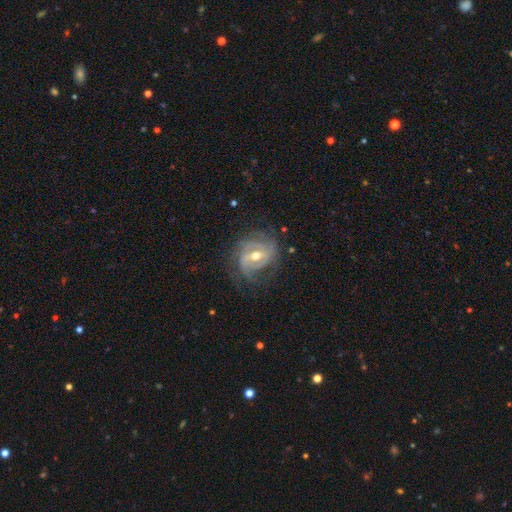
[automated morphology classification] smooth_or_featured: featured or disk (p=0.87) [alt: smooth p=0.07]
disk_edge_on: no (p=0.97) [alt: yes p=0.03]
bar: weak (p=0.45) [alt: strong p=0.37]
has_spiral_arms: yes (p=0.94) [alt: no p=0.06]
spiral_winding: tight (p=0.50) [alt: medium p=0.36]
spiral_arm_count: 2 (p=0.34) [alt: 3 p=0.25]
bulge_size: moderate (p=0.69) [alt: small p=0.27]
merging: none (p=0.68) [alt: minor disturbance p=0.19]